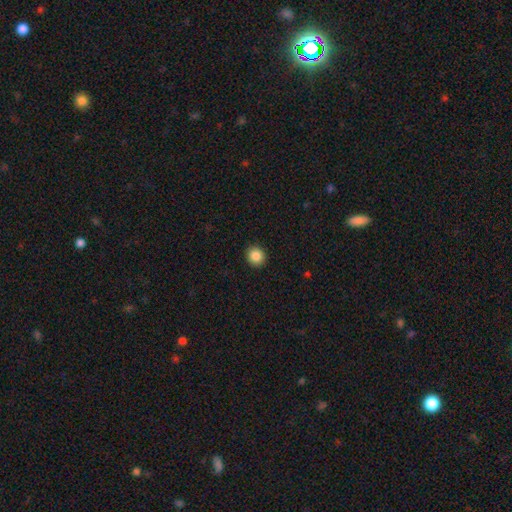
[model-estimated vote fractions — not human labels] Q: Smooth or featured?
A: smooth (87%); runner-up: star or artifact (9%)
Q: How rounded?
A: round (89%); runner-up: in between (10%)
Q: Merging?
A: none (93%); runner-up: minor disturbance (5%)